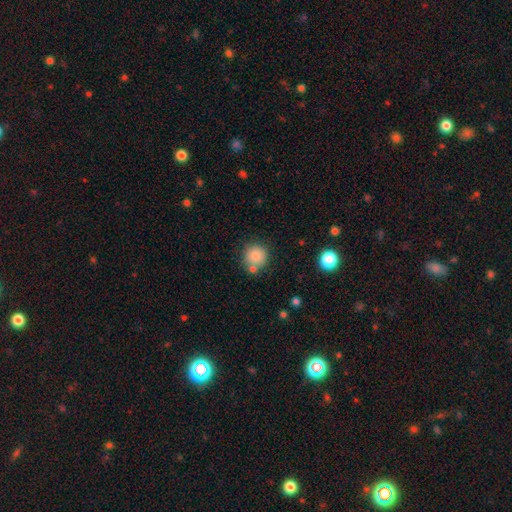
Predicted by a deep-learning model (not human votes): This is clearly a smooth galaxy (84%). How rounded: clearly round (93%). Merging: likely none (72%).